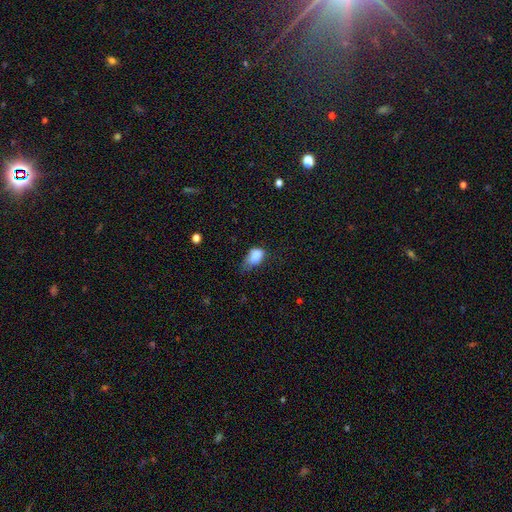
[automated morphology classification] Smooth or featured: smooth — 84% (star or artifact — 9%)
How rounded: in between — 84% (round — 14%)
Merging: minor disturbance — 45% (none — 27%)